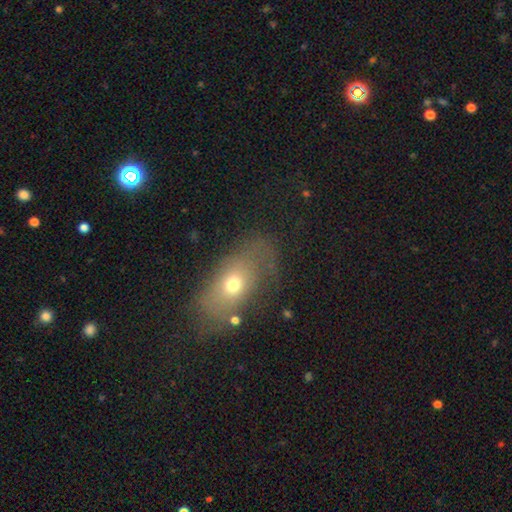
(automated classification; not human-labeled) Smooth or featured? smooth (50%)
How rounded? in between (79%)
Merging? none (74%)